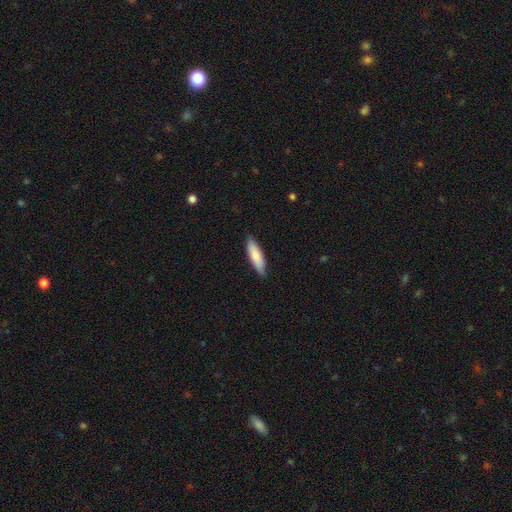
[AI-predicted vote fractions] Smooth or featured?
  - smooth: 79% *
  - featured or disk: 16%
  - star or artifact: 5%
How rounded?
  - cigar-shaped: 62% *
  - in between: 37%
  - round: 1%
Merging?
  - none: 85% *
  - minor disturbance: 12%
  - major disturbance: 2%
  - merger: 1%